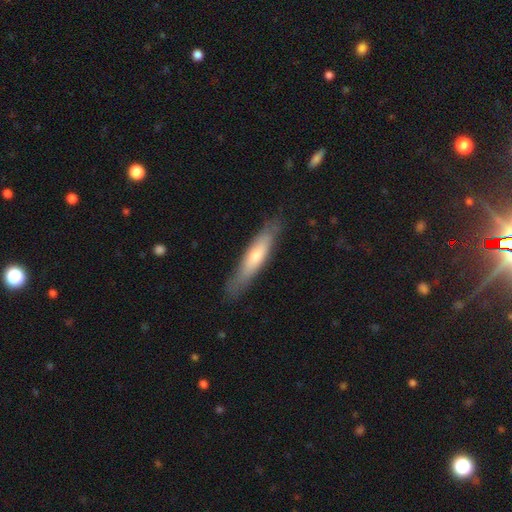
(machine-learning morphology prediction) smooth-or-featured: smooth: 56% | featured or disk: 38% | star or artifact: 5%
  how-rounded: cigar-shaped: 81% | in between: 18% | round: 1%
  merging: none: 80% | minor disturbance: 15% | major disturbance: 4% | merger: 1%